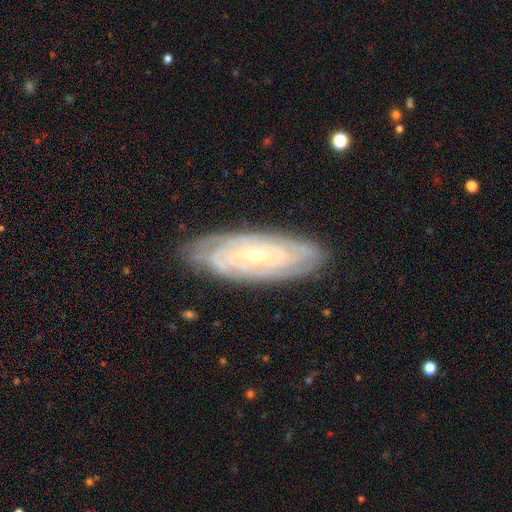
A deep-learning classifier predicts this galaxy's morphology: Smooth or featured? Predicted: featured or disk (p=0.85). Edge-on disk? Predicted: no (p=0.90). Bar? Predicted: no (p=0.54). Spiral arms? Predicted: yes (p=0.96). Spiral winding? Predicted: tight (p=0.81). Spiral arm count? Predicted: can't tell (p=0.36). Bulge size? Predicted: small (p=0.69). Merging? Predicted: none (p=0.82).